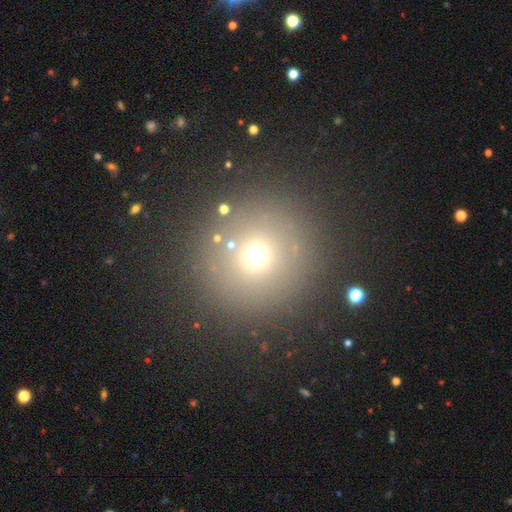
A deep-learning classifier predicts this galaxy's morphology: A smooth galaxy with no disk features (65%) that is round (94%).

Vote fractions:
- Smooth or featured? smooth: 65% / star or artifact: 25% / featured or disk: 10%
- How rounded? round: 94% / in between: 5% / cigar-shaped: 1%
- Merging? none: 86% / minor disturbance: 7% / major disturbance: 4% / merger: 3%